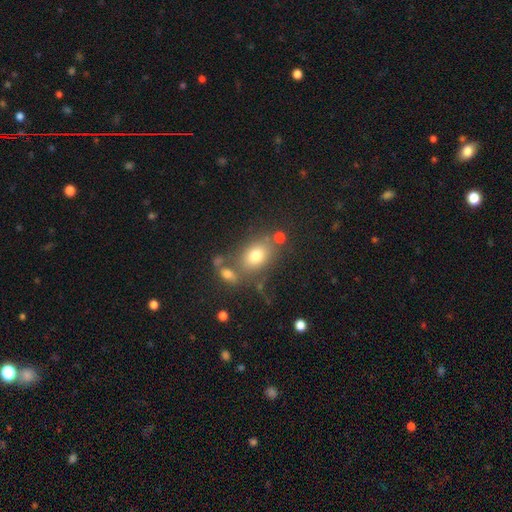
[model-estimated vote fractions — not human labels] Overall: smooth (75%). How rounded: in between (74%). Merging: none (64%).